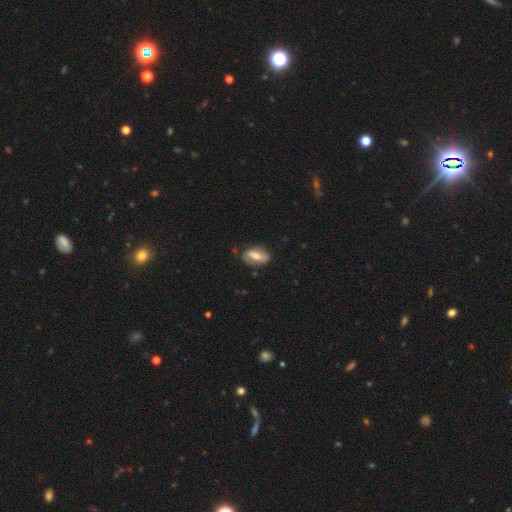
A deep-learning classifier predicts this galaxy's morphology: smooth-or-featured: featured or disk: 58% | smooth: 35% | star or artifact: 7%
  disk-edge-on: no: 94% | yes: 6%
    bar: strong: 40% | weak: 38% | no: 22%
    has-spiral-arms: yes: 78% | no: 22%
    bulge-size: moderate: 51% | small: 26% | large: 15% | none: 6% | dominant: 2%
  merging: none: 73% | minor disturbance: 19% | major disturbance: 6% | merger: 2%